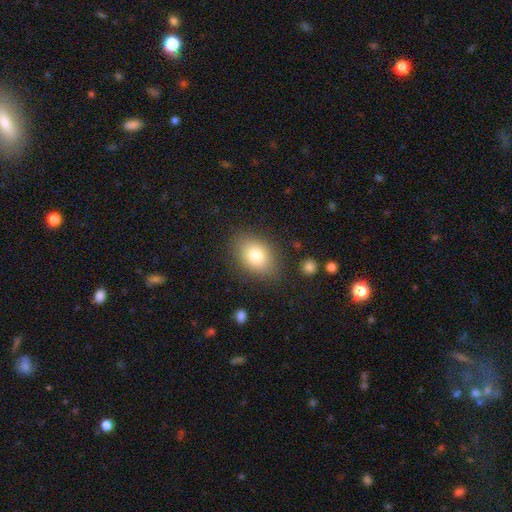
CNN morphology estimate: This is likely a smooth galaxy (80%). How rounded: likely in between (75%). Merging: clearly none (81%).